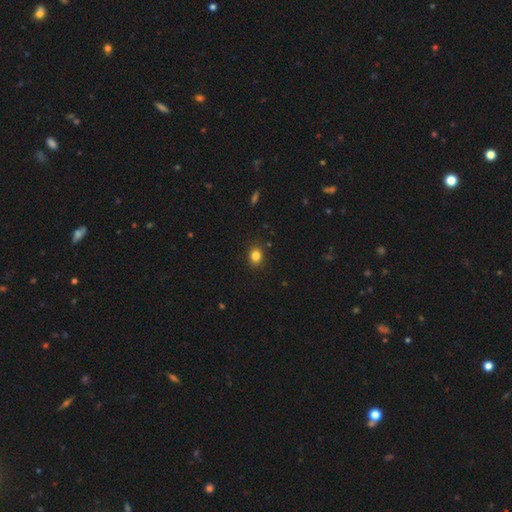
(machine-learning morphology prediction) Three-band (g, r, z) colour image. It shows a smooth galaxy with no disk features (83%) that is round (56%). Merging: none (87%).